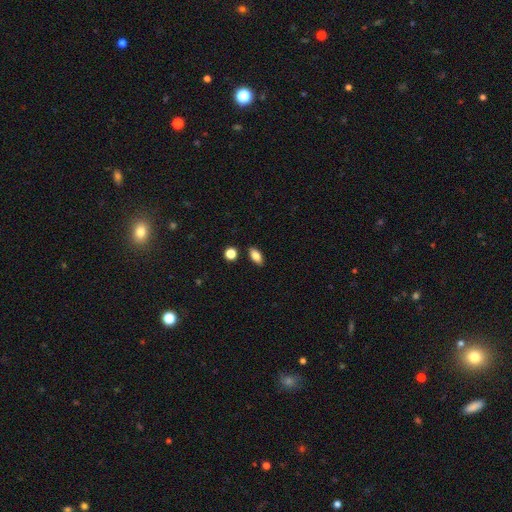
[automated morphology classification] smooth_or_featured: smooth (p=0.80) [alt: featured or disk p=0.12]
how_rounded: in between (p=0.87) [alt: cigar-shaped p=0.08]
merging: none (p=0.86) [alt: minor disturbance p=0.09]